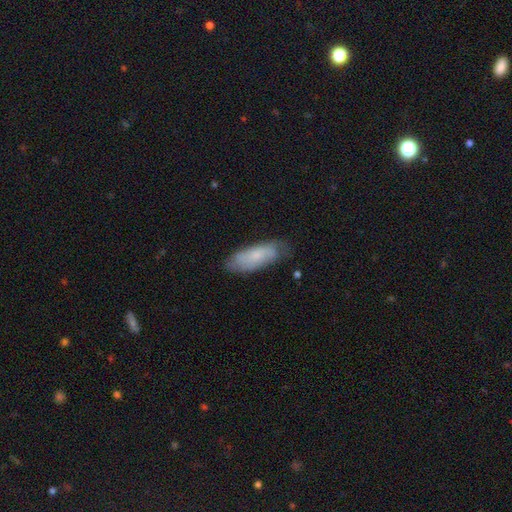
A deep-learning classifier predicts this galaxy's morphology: The model was most divided on "smooth or featured": smooth: 60%, featured or disk: 33%, star or artifact: 7%. More confident: merging — none (71%); how rounded — in between (66%).